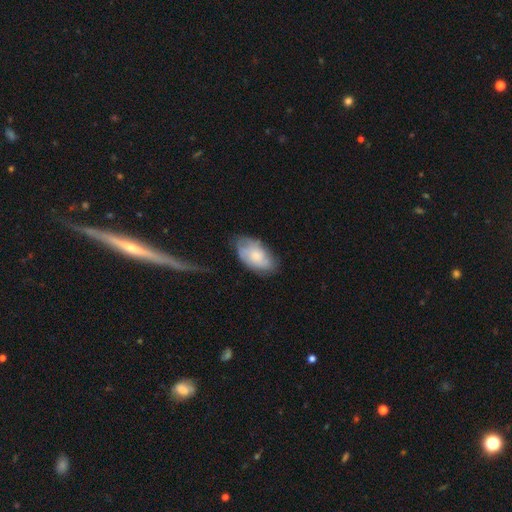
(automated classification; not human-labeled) A smooth galaxy with no disk features (56%) that is in between round and cigar-shaped (93%). Merging: none (64%).